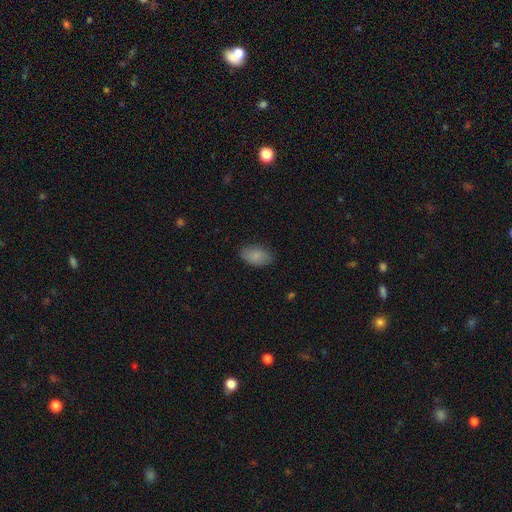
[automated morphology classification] type=smooth (83%); roundness=in between (92%); merging=none (81%).